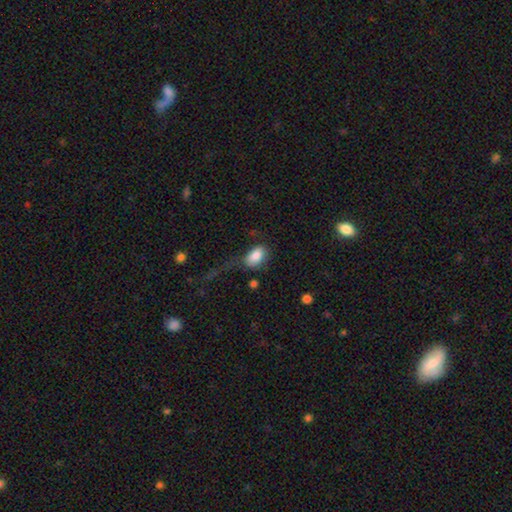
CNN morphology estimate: The model was most divided on "merging": none: 47%, major disturbance: 26%, minor disturbance: 22%, merger: 5%. More confident: how rounded — in between (91%); smooth or featured — smooth (85%).